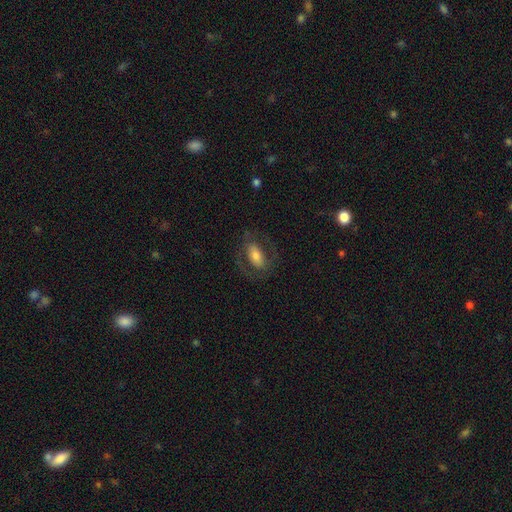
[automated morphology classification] smooth-or-featured: smooth: 54% | featured or disk: 37% | star or artifact: 8%
  how-rounded: in between: 87% | round: 8% | cigar-shaped: 5%
  merging: none: 72% | minor disturbance: 14% | major disturbance: 13% | merger: 1%